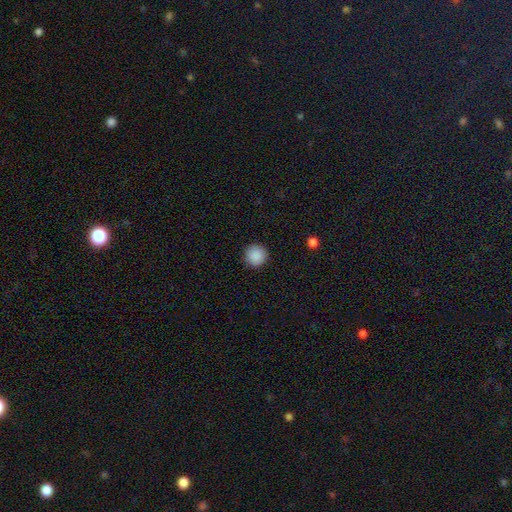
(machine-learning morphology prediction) Q: Smooth or featured?
A: smooth (89%); runner-up: star or artifact (9%)
Q: How rounded?
A: round (96%); runner-up: in between (3%)
Q: Merging?
A: none (92%); runner-up: minor disturbance (5%)